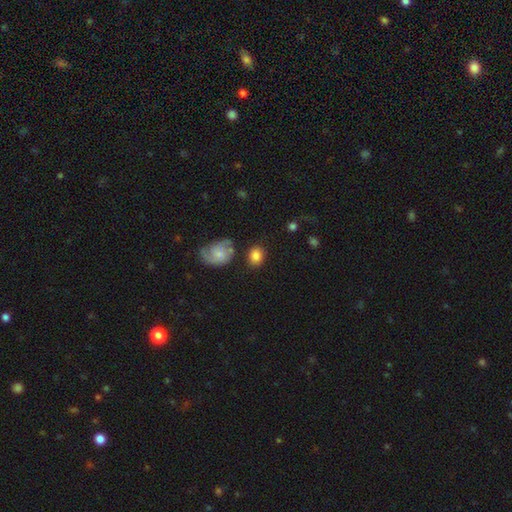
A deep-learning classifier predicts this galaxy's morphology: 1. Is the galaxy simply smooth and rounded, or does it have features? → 81% smooth, 12% featured or disk, 8% star or artifact.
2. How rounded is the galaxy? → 56% round, 43% in between, 1% cigar-shaped.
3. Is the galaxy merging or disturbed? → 73% none, 15% minor disturbance, 7% merger, 6% major disturbance.